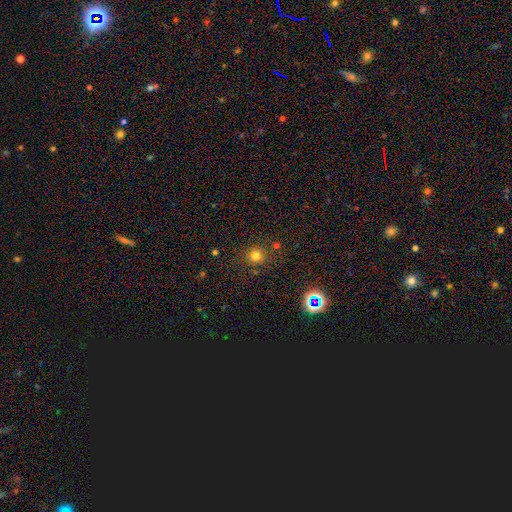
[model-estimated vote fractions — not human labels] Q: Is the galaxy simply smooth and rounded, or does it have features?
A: smooth — 74%.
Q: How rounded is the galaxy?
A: round — 90%.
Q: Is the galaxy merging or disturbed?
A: none — 83%.